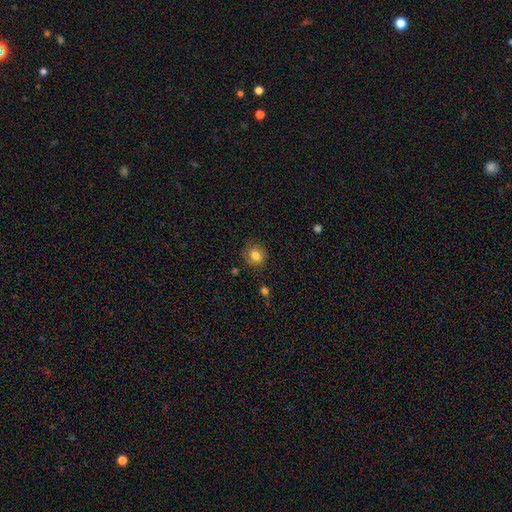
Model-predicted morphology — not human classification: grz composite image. It shows a smooth galaxy with no disk features (81%) that is round (78%). Merging: none (83%).